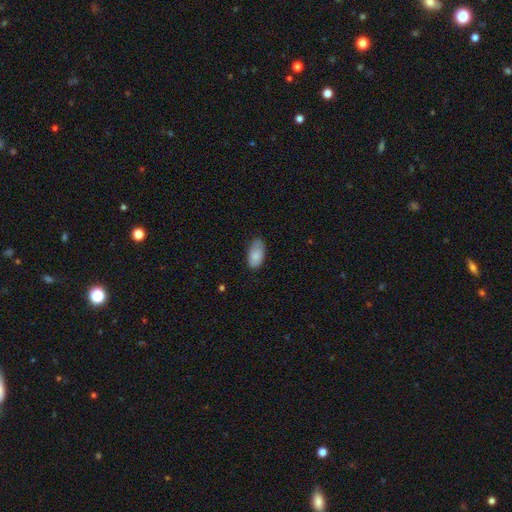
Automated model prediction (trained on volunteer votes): Q: Smooth or featured?
A: smooth (83%); runner-up: featured or disk (10%)
Q: How rounded?
A: in between (94%); runner-up: cigar-shaped (3%)
Q: Merging?
A: none (68%); runner-up: minor disturbance (27%)